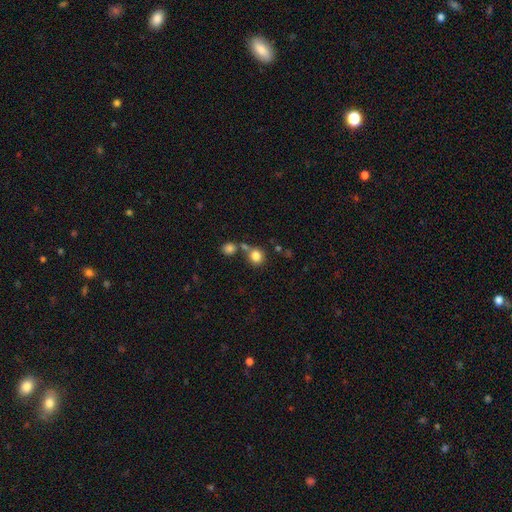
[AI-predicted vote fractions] A smooth galaxy with no disk features (83%) that is round (82%). Merging: none (59%).